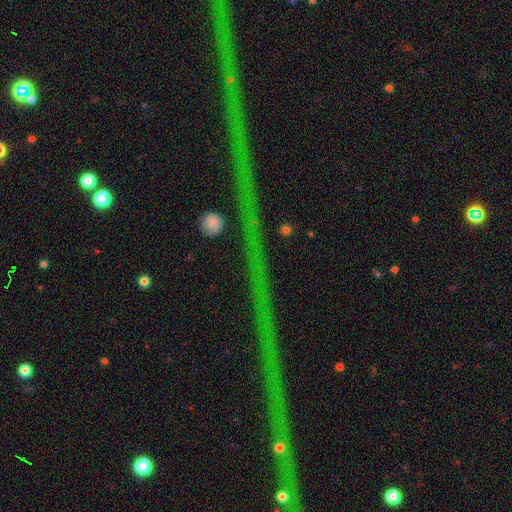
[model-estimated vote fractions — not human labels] star or artifact 66%, featured or disk 19%, smooth 15%.